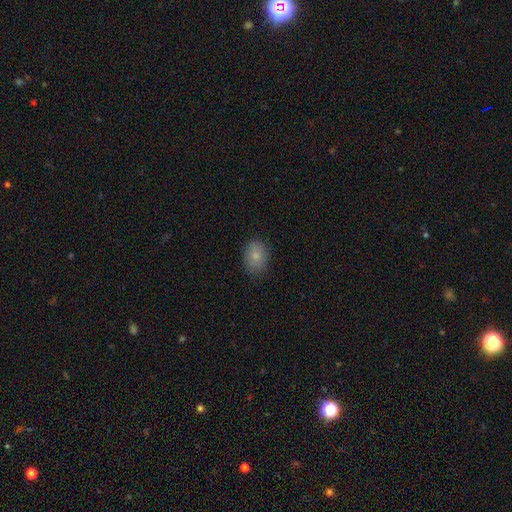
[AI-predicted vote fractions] A smooth galaxy with no disk features (83%) that is in between round and cigar-shaped (77%). Merging: none (82%).